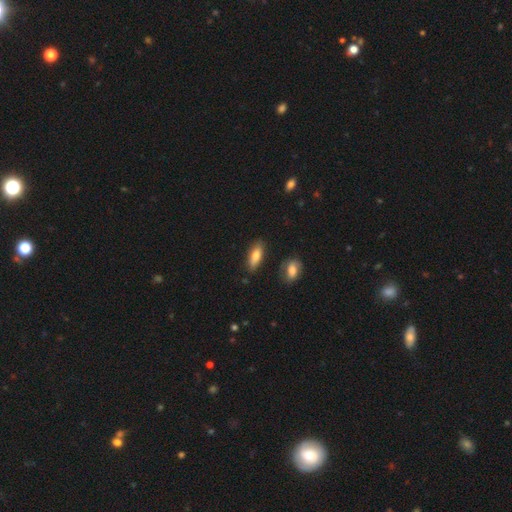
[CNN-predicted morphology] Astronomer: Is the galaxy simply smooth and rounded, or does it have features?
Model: smooth — 77%.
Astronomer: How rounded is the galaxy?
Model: in between — 68%.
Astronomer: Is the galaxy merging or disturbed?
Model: none — 81%.